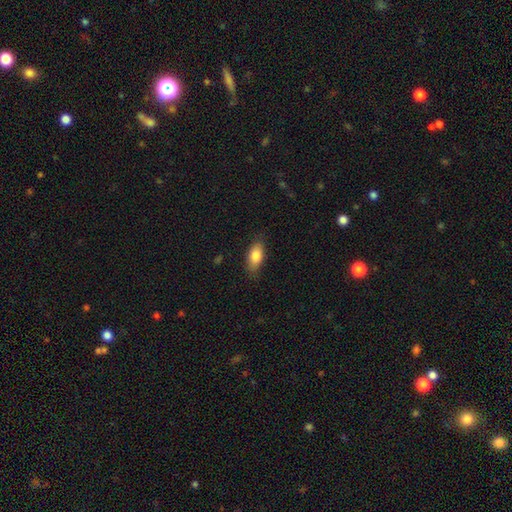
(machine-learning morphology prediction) Smooth or featured? smooth (83%)
How rounded? in between (87%)
Merging? none (83%)